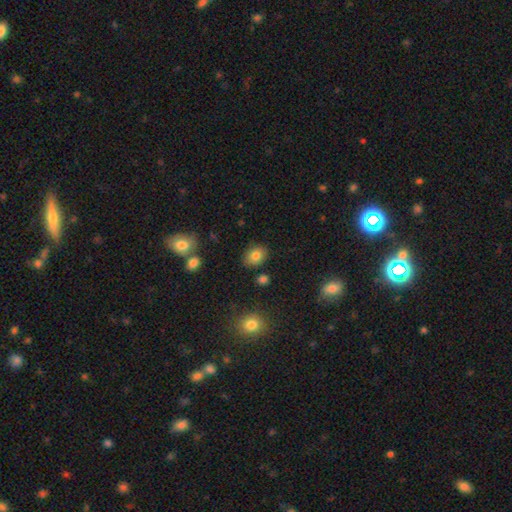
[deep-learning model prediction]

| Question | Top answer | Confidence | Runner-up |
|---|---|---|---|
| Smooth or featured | smooth | 80% | star or artifact (11%) |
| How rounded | in between | 59% | round (40%) |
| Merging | none | 83% | minor disturbance (11%) |